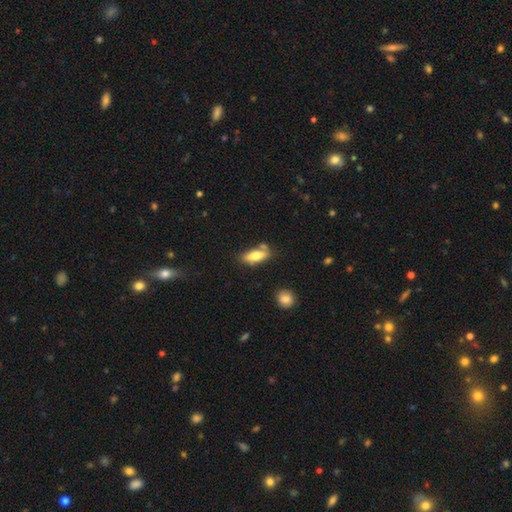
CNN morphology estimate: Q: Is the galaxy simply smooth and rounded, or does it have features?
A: smooth — 72%.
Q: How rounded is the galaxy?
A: in between — 69%.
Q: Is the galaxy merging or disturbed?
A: none — 62%.